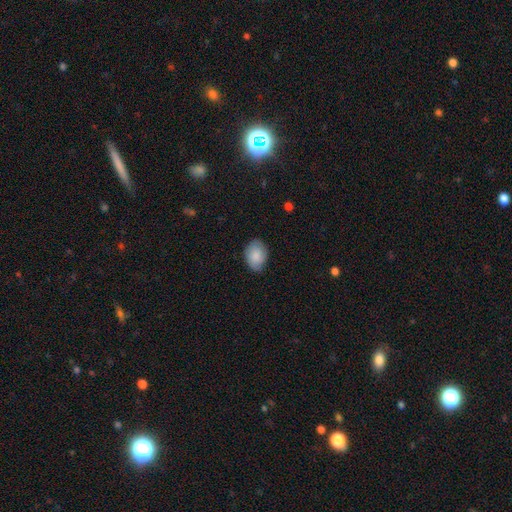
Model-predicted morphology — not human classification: This is likely a smooth galaxy (79%). How rounded: likely in between (78%). Merging: likely none (77%).